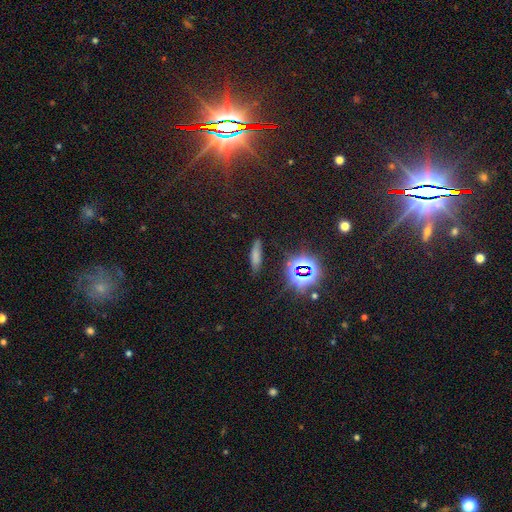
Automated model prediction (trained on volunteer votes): smooth 63%, star or artifact 25%, featured or disk 12%. Down the decision tree: how rounded — cigar-shaped (68%); merging — none (79%).